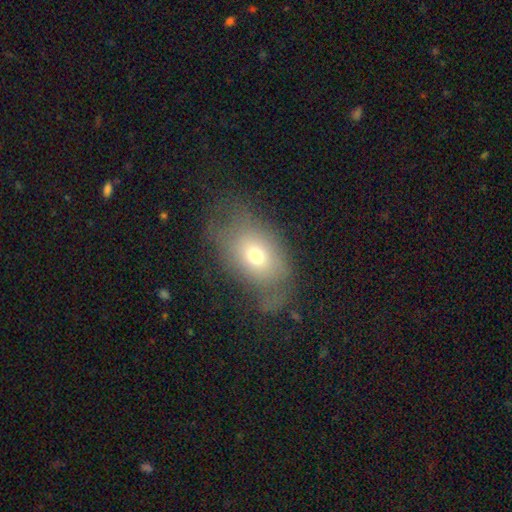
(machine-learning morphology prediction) Smooth or featured? Predicted: smooth (p=0.63). How rounded? Predicted: in between (p=0.76). Merging? Predicted: none (p=0.47).